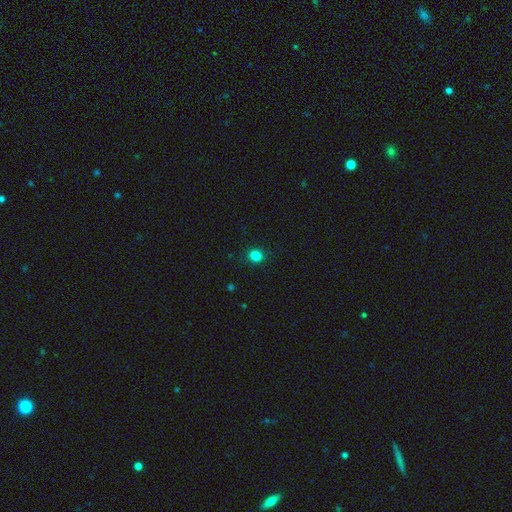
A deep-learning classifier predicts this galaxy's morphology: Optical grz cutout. It shows a smooth galaxy with no disk features (84%) that is round (78%). Merging: none (90%).